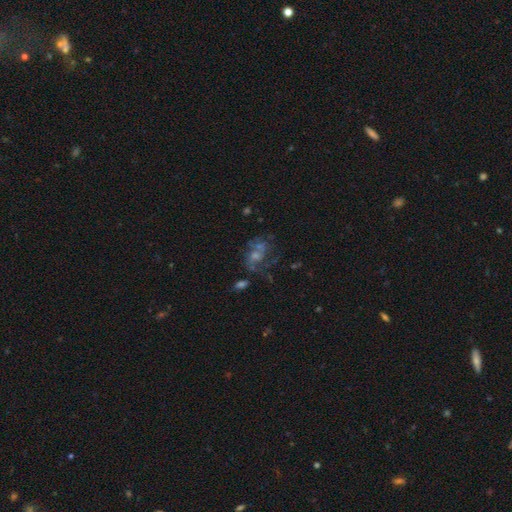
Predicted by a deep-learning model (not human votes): This appears to be a featured or disk galaxy (63%) with no bar (64%), spiral arms (77%) and a small central bulge (41%). Merging: none (47%).